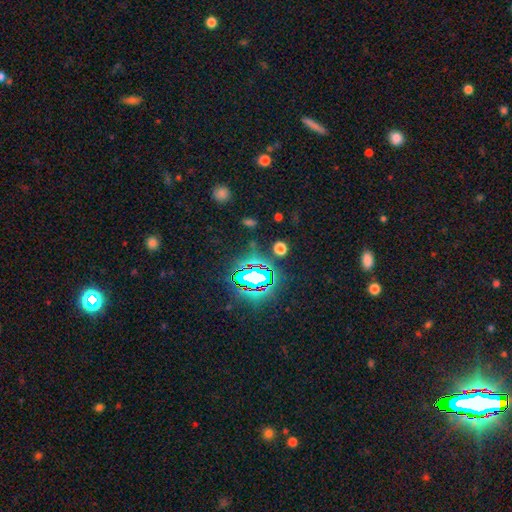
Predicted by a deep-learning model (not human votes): smooth-or-featured: star or artifact: 83% | smooth: 10% | featured or disk: 7%